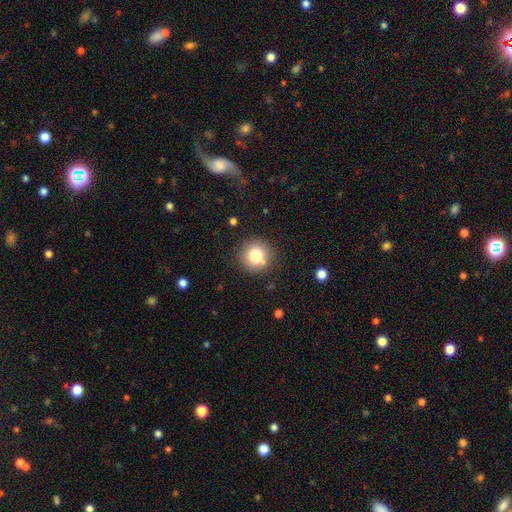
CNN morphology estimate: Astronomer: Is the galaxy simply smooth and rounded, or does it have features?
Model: smooth — 80%.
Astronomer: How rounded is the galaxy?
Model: round — 93%.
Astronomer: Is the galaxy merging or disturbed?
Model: none — 81%.